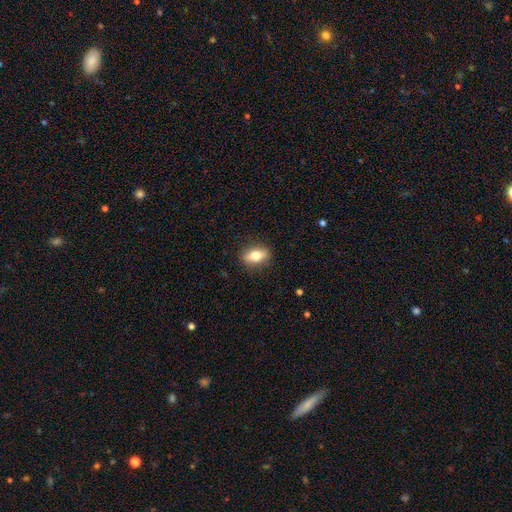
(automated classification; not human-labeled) smooth-or-featured: smooth: 73% | featured or disk: 19% | star or artifact: 8%
  how-rounded: in between: 80% | round: 12% | cigar-shaped: 8%
  merging: none: 85% | minor disturbance: 11% | major disturbance: 3% | merger: 1%